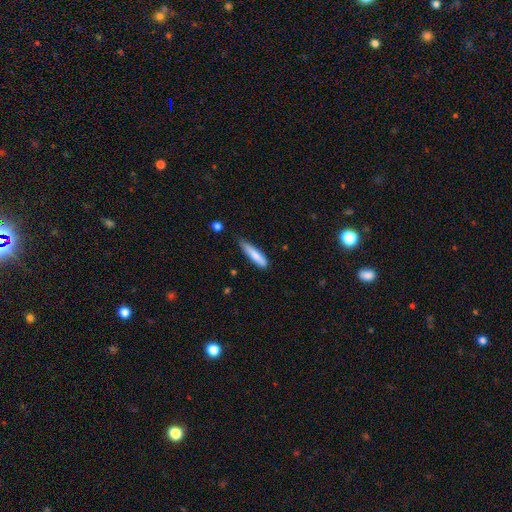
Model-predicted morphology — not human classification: smooth_or_featured: smooth (p=0.78) [alt: featured or disk p=0.17]
how_rounded: cigar-shaped (p=0.82) [alt: in between p=0.16]
merging: none (p=0.71) [alt: minor disturbance p=0.24]